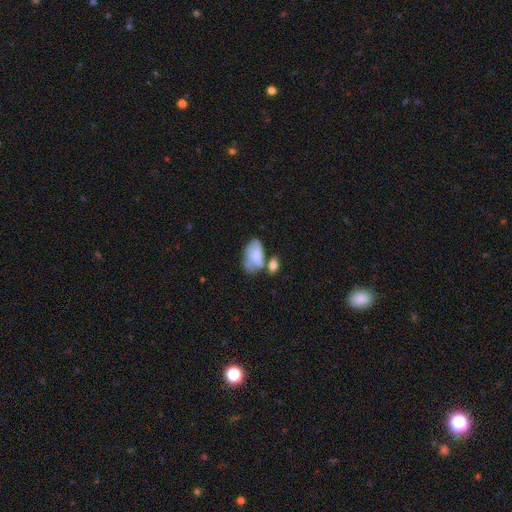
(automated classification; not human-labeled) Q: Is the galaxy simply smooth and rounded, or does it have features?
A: smooth — 71%.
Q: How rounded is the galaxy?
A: in between — 92%.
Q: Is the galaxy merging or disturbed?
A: none — 31%, tied with merger.